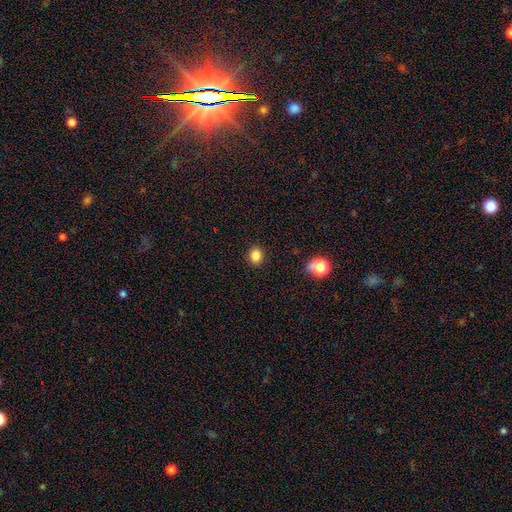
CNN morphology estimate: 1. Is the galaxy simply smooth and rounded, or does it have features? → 84% smooth, 11% star or artifact, 4% featured or disk.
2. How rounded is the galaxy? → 75% round, 24% in between, 1% cigar-shaped.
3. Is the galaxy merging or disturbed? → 90% none, 7% minor disturbance, 2% major disturbance, 1% merger.